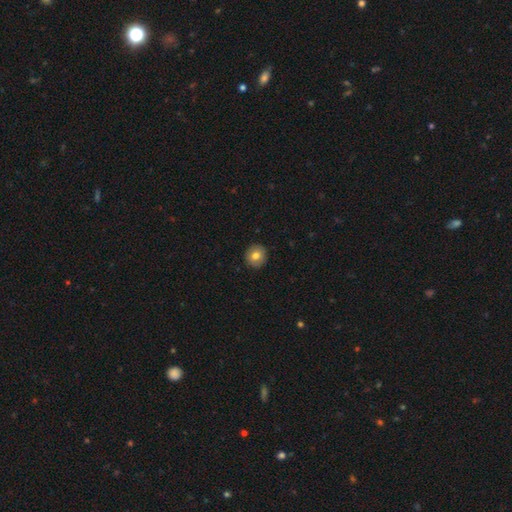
Smooth or featured? smooth (72%)
How rounded? round (97%)
Merging? none (89%)